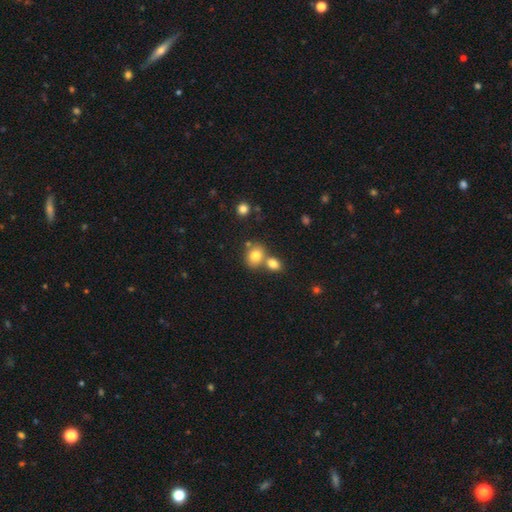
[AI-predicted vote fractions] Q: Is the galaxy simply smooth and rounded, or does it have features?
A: smooth — 79%.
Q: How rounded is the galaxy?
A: round — 57%.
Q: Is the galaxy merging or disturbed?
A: none — 48%.